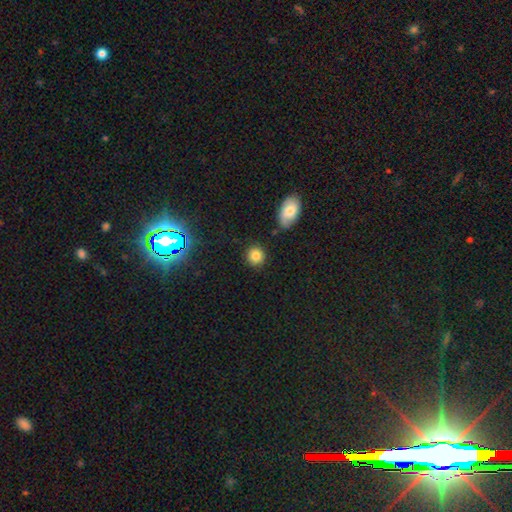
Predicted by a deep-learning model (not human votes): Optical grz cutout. It shows a smooth galaxy with no disk features (82%) that is round (86%). Merging: none (86%).